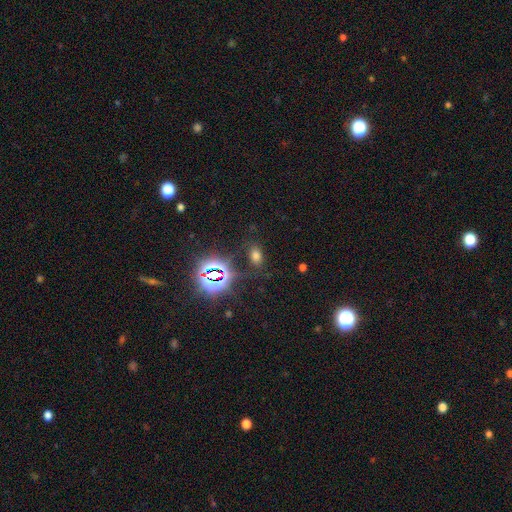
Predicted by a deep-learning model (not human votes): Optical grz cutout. It shows a smooth galaxy with no disk features (58%) that is in between round and cigar-shaped (85%). Merging: none (79%).